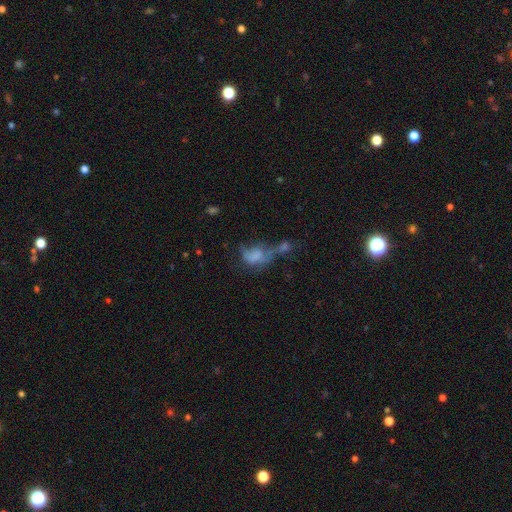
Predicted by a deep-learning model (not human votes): smooth-or-featured: smooth: 56% | featured or disk: 29% | star or artifact: 15%
  how-rounded: in between: 76% | round: 20% | cigar-shaped: 5%
  merging: merger: 43% | major disturbance: 29% | none: 16% | minor disturbance: 12%